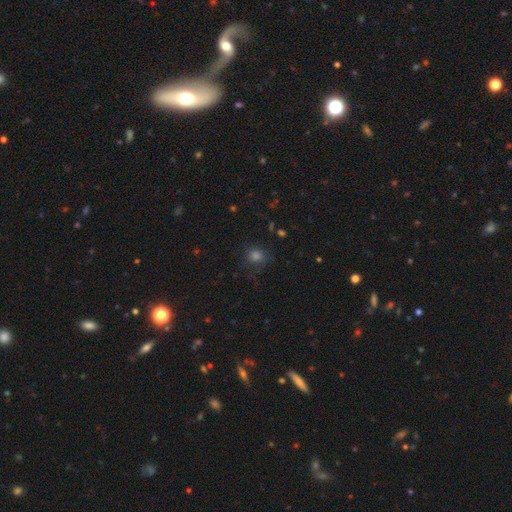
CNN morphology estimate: This is likely a smooth galaxy (70%). How rounded: clearly round (81%). Merging: likely none (80%).